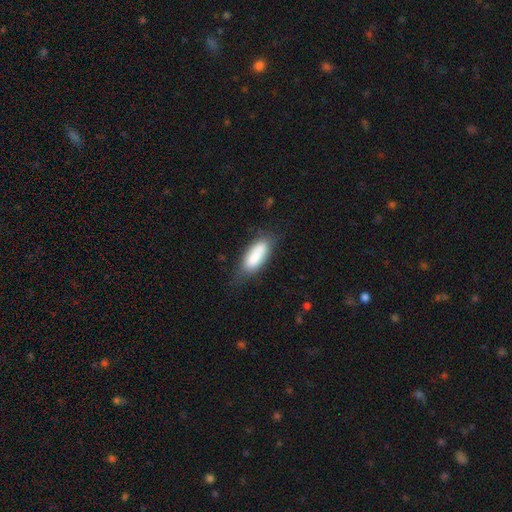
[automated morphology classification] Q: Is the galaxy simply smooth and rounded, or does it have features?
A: smooth — 83%.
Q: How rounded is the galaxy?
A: in between — 75%.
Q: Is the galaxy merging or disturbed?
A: none — 67%.